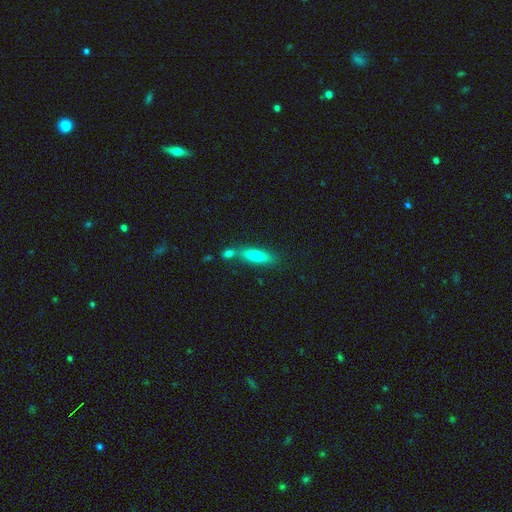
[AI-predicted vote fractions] Smooth or featured? smooth (60%)
How rounded? cigar-shaped (64%)
Merging? none (60%)